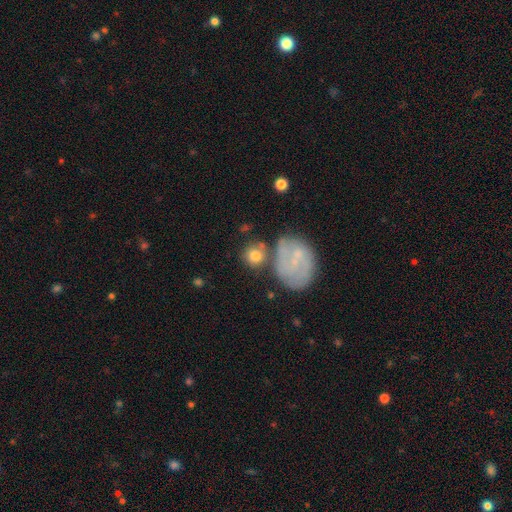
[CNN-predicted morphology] Smooth or featured: smooth — 75% (featured or disk — 17%)
How rounded: round — 85% (in between — 14%)
Merging: none — 64% (merger — 17%)